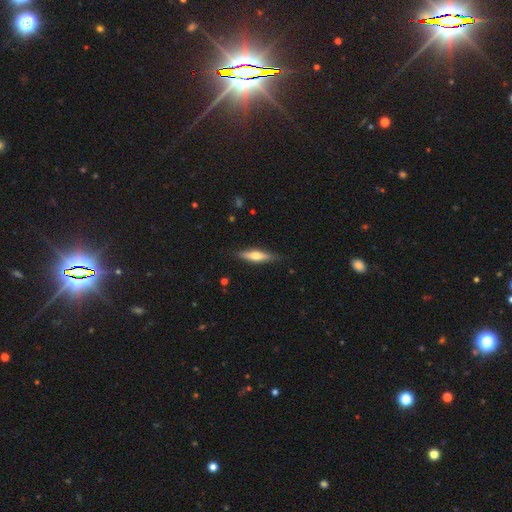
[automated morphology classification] smooth-or-featured: featured or disk: 47% (tied) | smooth: 47% (tied) | star or artifact: 6%
  merging: none: 85% | minor disturbance: 11% | major disturbance: 2% | merger: 1%